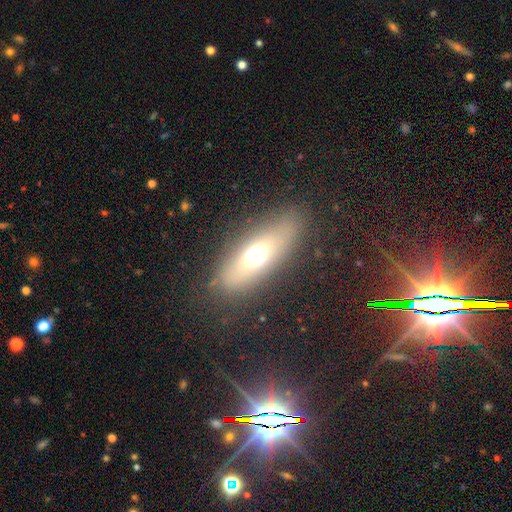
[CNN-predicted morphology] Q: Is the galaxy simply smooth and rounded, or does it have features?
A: smooth — 58%.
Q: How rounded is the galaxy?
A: in between — 58%.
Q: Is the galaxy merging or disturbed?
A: none — 82%.